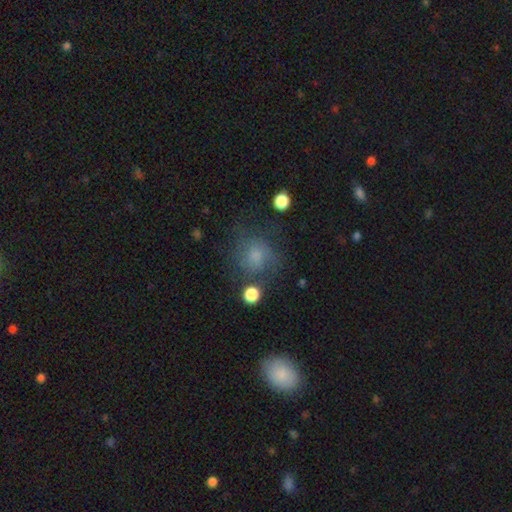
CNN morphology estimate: A smooth galaxy with no disk features (62%) that is round (79%). Merging: none (58%).